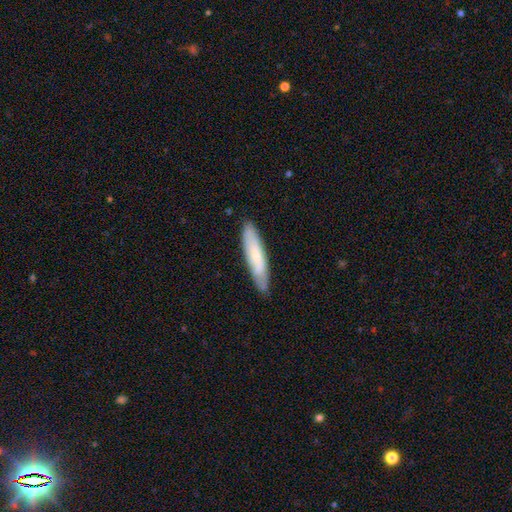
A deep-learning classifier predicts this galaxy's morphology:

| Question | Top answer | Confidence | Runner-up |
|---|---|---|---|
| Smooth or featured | smooth | 63% | featured or disk (31%) |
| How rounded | cigar-shaped | 81% | in between (18%) |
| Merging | none | 83% | minor disturbance (14%) |